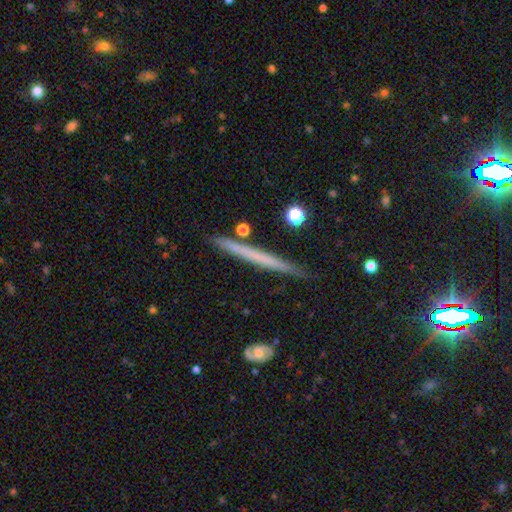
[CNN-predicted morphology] Overall: featured or disk (46%; smooth 44%). Merging: none (89%).